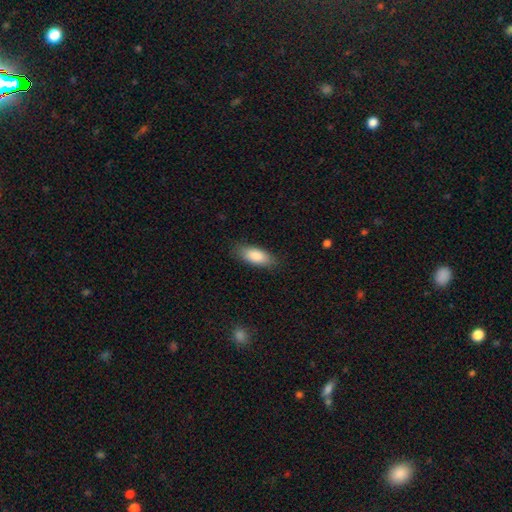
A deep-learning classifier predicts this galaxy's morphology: This appears to be a smooth galaxy with no disk features (86%) that is in between round and cigar-shaped (82%). Merging: none (83%).